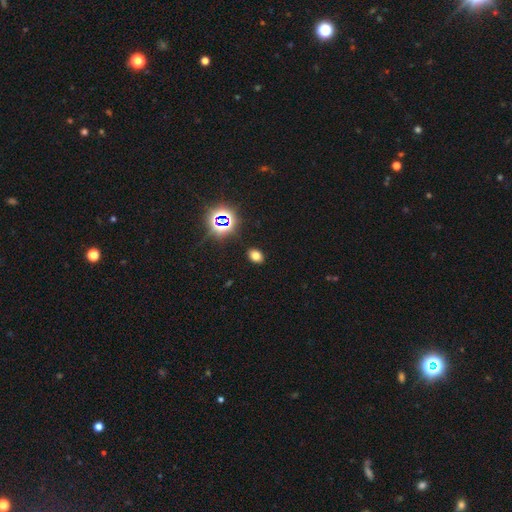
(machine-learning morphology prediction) smooth 70%, star or artifact 22%, featured or disk 8%. Down the decision tree: how rounded — in between (71%); merging — none (88%).